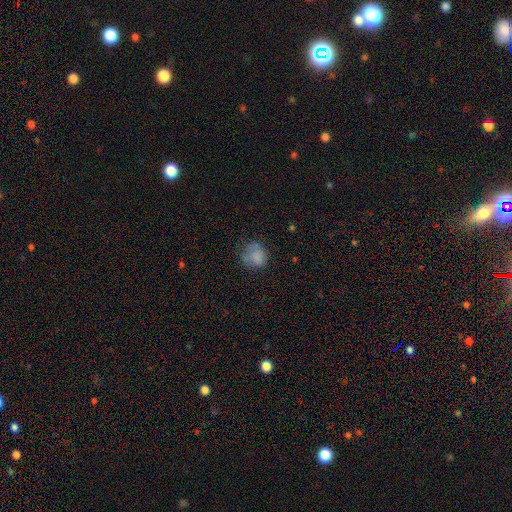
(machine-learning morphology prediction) type=smooth (76%); roundness=round (69%); merging=none (56%).